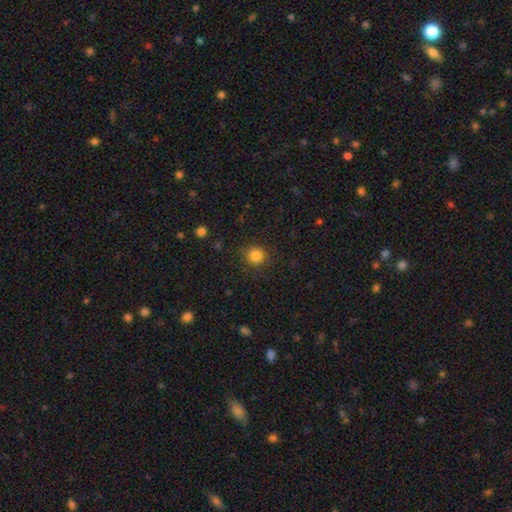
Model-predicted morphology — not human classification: Smooth or featured?
  - smooth: 84% *
  - star or artifact: 12%
  - featured or disk: 4%
How rounded?
  - round: 92% *
  - in between: 7%
  - cigar-shaped: 1%
Merging?
  - none: 88% *
  - minor disturbance: 8%
  - major disturbance: 3%
  - merger: 1%